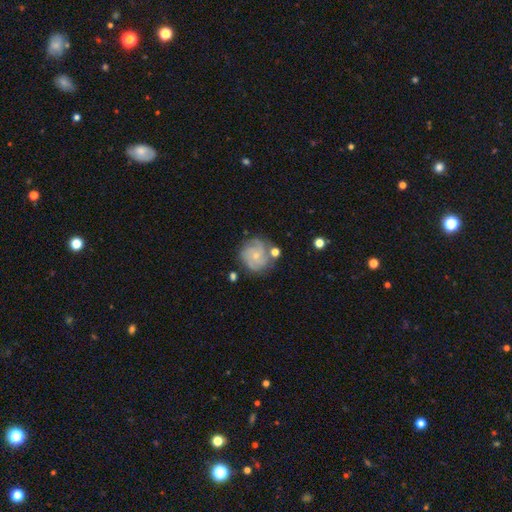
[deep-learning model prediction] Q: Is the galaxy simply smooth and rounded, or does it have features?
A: featured or disk — 74%.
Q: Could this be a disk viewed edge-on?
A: no — 98%.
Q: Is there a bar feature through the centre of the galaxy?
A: no — 76%.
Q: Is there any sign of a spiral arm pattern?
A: yes — 93%.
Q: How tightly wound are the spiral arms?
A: tight — 59%.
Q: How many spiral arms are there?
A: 3 — 38%.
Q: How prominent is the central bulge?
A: small — 71%.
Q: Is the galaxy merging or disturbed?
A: none — 71%.